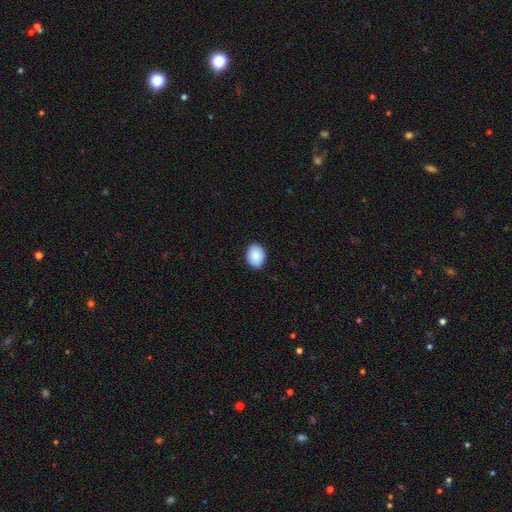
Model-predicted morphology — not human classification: smooth_or_featured: smooth (p=0.87) [alt: star or artifact p=0.07]
how_rounded: in between (p=0.63) [alt: round p=0.36]
merging: none (p=0.89) [alt: minor disturbance p=0.09]